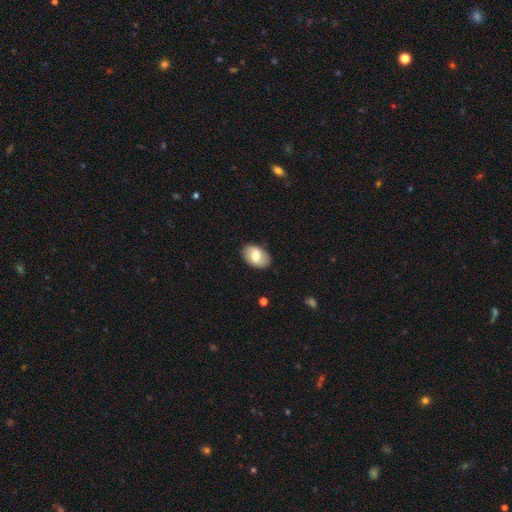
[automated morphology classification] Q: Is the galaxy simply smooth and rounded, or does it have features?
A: smooth — 72%.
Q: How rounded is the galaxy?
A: in between — 88%.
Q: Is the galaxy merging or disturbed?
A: none — 85%.